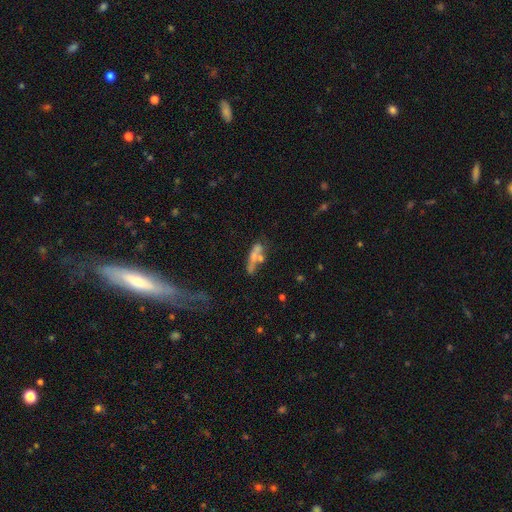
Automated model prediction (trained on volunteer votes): Smooth or featured?
  - smooth: 53% *
  - featured or disk: 35%
  - star or artifact: 12%
How rounded?
  - cigar-shaped: 60% *
  - in between: 35%
  - round: 5%
Merging?
  - none: 36% *
  - merger: 31%
  - minor disturbance: 18%
  - major disturbance: 14%